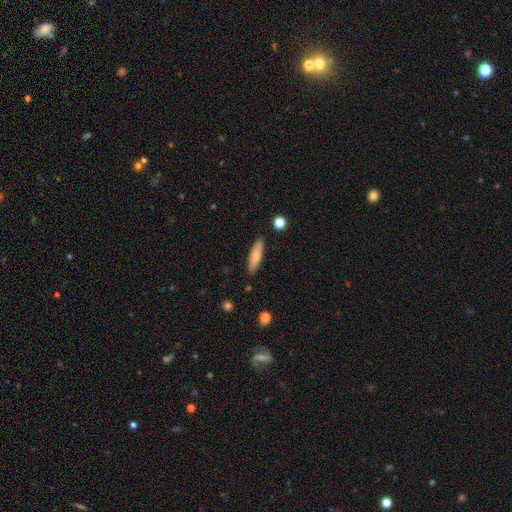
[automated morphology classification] This appears to be a smooth galaxy with no disk features (78%) that is cigar-shaped (67%). Merging: none (87%).